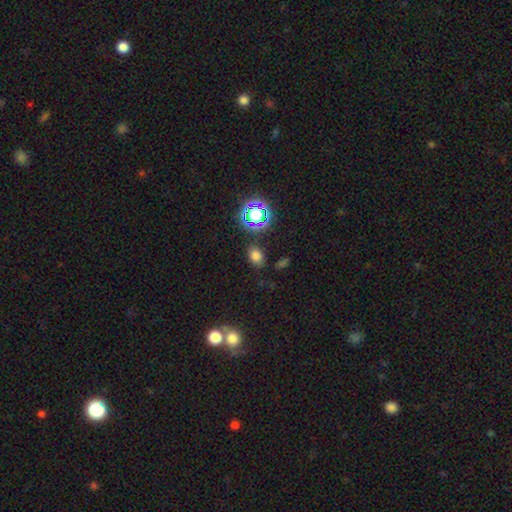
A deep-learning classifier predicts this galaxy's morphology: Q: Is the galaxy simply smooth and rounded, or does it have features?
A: smooth — 70%.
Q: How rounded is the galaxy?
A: in between — 73%.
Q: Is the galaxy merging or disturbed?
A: none — 81%.